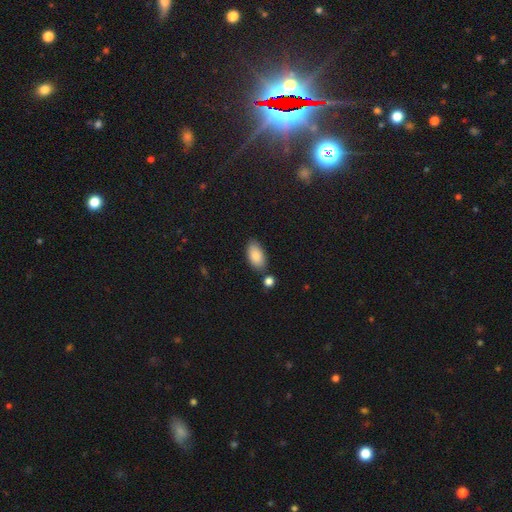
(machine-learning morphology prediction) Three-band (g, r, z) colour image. It shows a smooth galaxy with no disk features (87%) that is in between round and cigar-shaped (94%). Merging: none (74%).